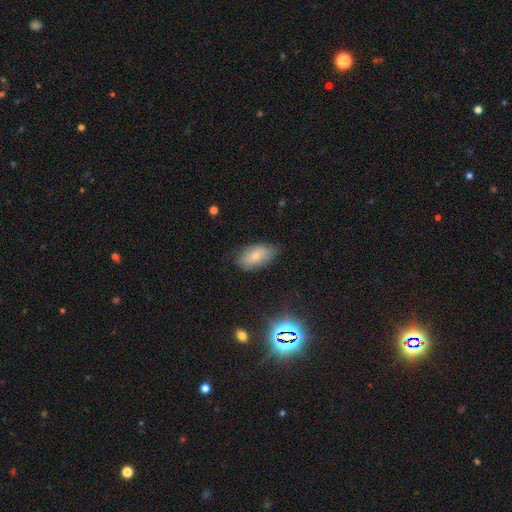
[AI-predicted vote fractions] The model was most divided on "smooth or featured": smooth: 67%, featured or disk: 23%, star or artifact: 10%. More confident: how rounded — in between (92%); merging — none (75%).